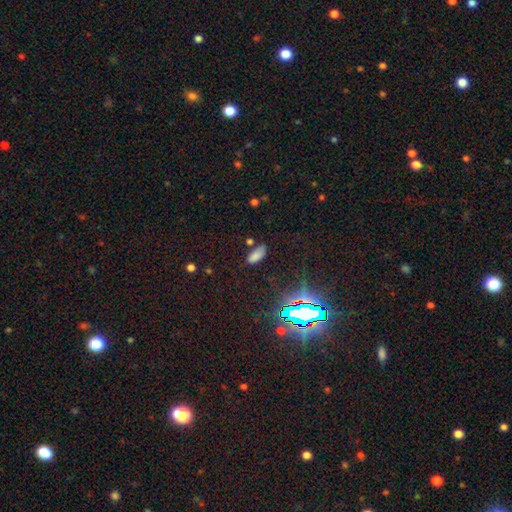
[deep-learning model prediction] Smooth or featured?
  - smooth: 72% *
  - star or artifact: 21%
  - featured or disk: 7%
How rounded?
  - in between: 86% *
  - cigar-shaped: 10%
  - round: 3%
Merging?
  - none: 70% *
  - minor disturbance: 18%
  - merger: 6%
  - major disturbance: 6%